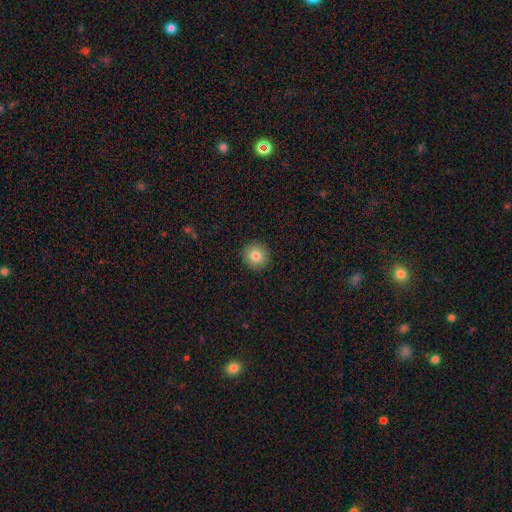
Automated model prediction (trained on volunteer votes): Q: Smooth or featured?
A: smooth (82%); runner-up: star or artifact (10%)
Q: How rounded?
A: round (94%); runner-up: in between (5%)
Q: Merging?
A: none (92%); runner-up: minor disturbance (5%)